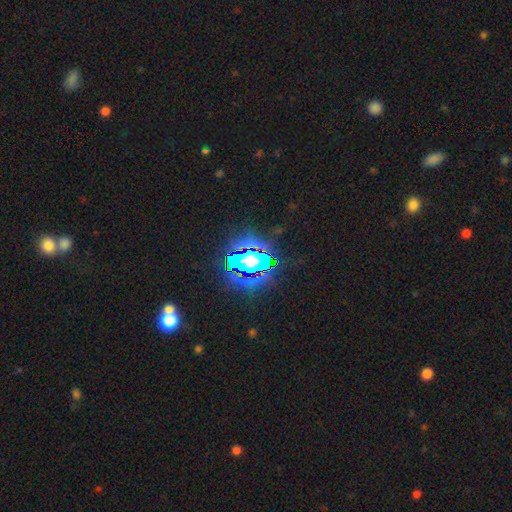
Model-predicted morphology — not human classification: A star or artifact, not a galaxy (77%).

Vote fractions:
- Smooth or featured? star or artifact: 77% / smooth: 12% / featured or disk: 11%